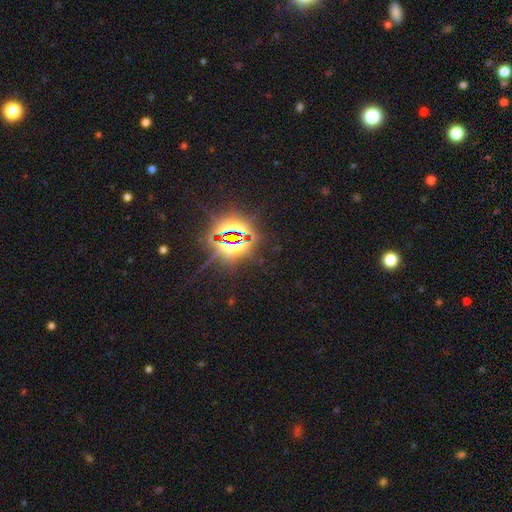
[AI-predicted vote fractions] star or artifact 84%, smooth 9%, featured or disk 7%.